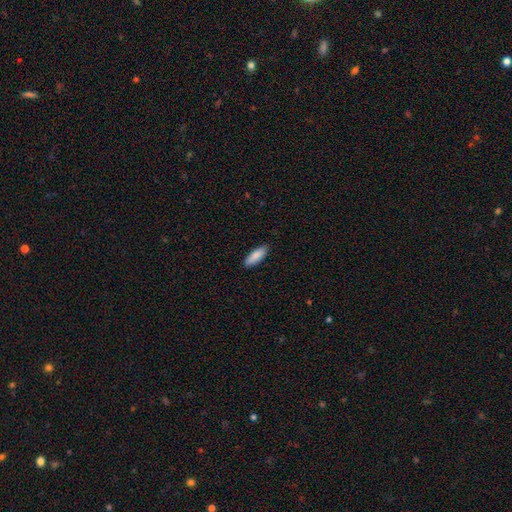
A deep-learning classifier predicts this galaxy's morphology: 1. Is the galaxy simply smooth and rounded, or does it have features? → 87% smooth, 7% featured or disk, 6% star or artifact.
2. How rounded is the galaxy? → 62% in between, 36% cigar-shaped, 2% round.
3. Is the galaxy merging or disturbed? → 88% none, 9% minor disturbance, 2% major disturbance, 1% merger.